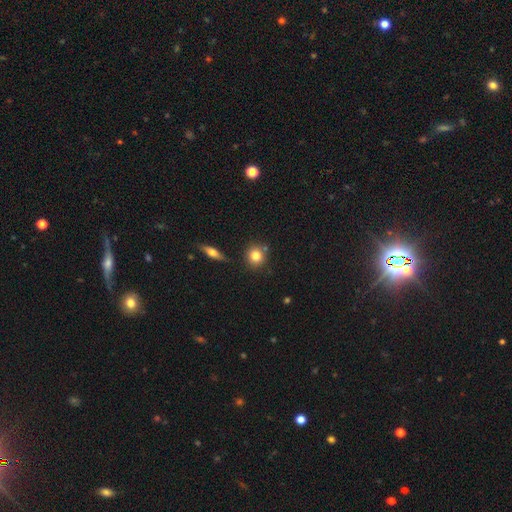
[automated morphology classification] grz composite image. It shows a smooth galaxy with no disk features (80%) that is round (88%). Merging: none (80%).